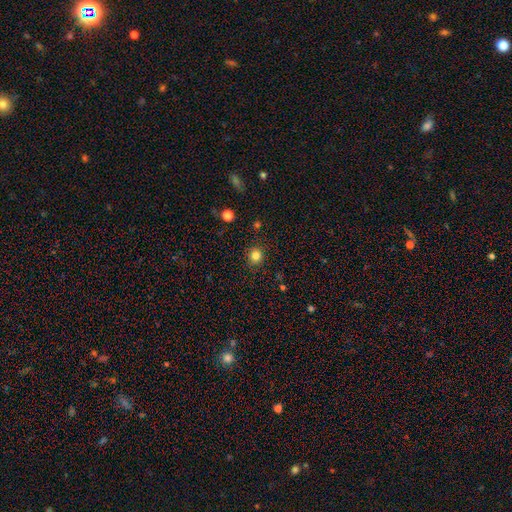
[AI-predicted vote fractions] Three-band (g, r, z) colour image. It shows a smooth galaxy with no disk features (82%) that is round (88%). Merging: none (89%).